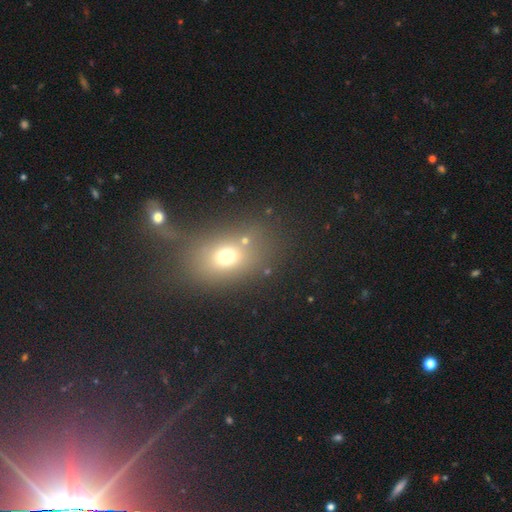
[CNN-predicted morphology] A smooth galaxy with no disk features (52%) that is in between round and cigar-shaped (59%). Merging: none (61%).